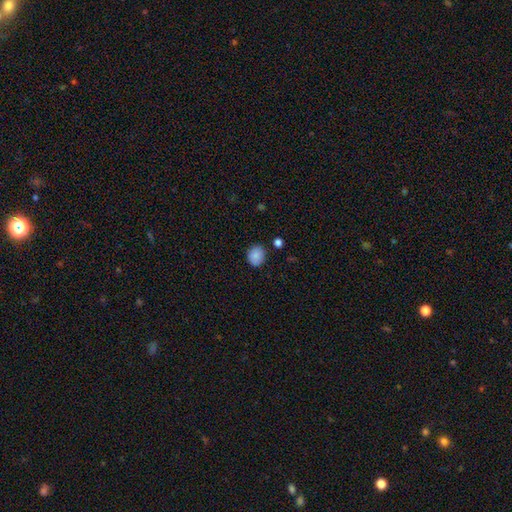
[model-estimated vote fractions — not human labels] Morphology: type=smooth (87%); roundness=round (66%); merging=none (83%).